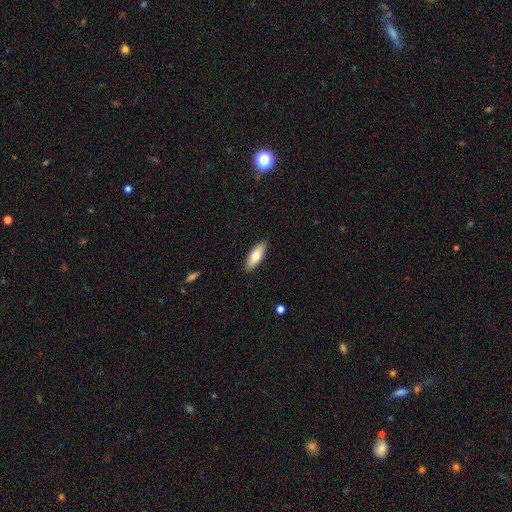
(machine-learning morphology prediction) smooth 72%, featured or disk 22%, star or artifact 6%. Down the decision tree: how rounded — in between (71%); merging — none (90%).